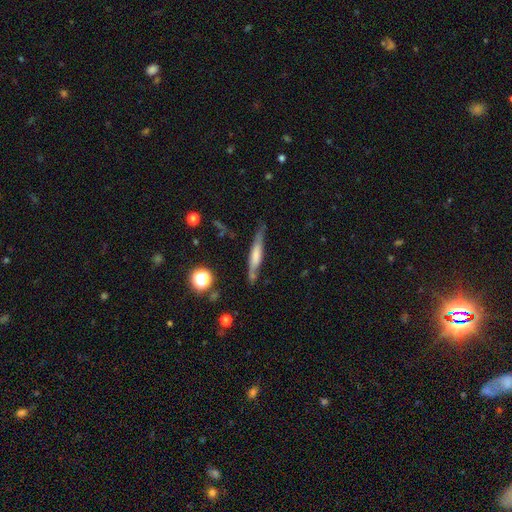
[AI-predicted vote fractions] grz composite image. It shows a featured or disk galaxy (49%). Merging: none (71%).